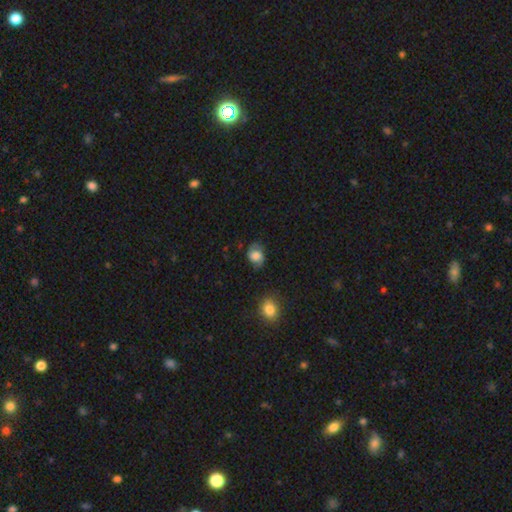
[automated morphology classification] Smooth or featured? smooth (53%)
How rounded? in between (57%)
Merging? none (67%)